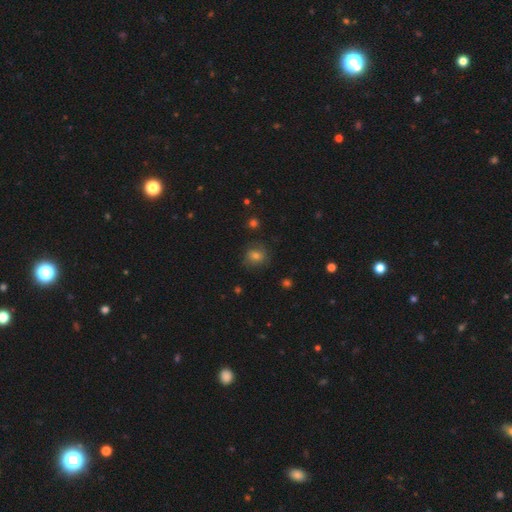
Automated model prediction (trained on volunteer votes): Q: Smooth or featured?
A: smooth (51%); runner-up: featured or disk (30%)
Q: How rounded?
A: round (74%); runner-up: in between (25%)
Q: Merging?
A: none (76%); runner-up: minor disturbance (16%)